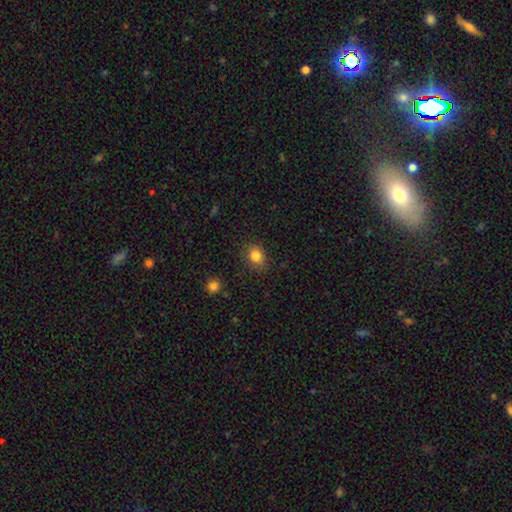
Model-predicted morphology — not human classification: This is clearly a smooth galaxy (83%). How rounded: possibly in between (53%). Merging: likely none (80%).